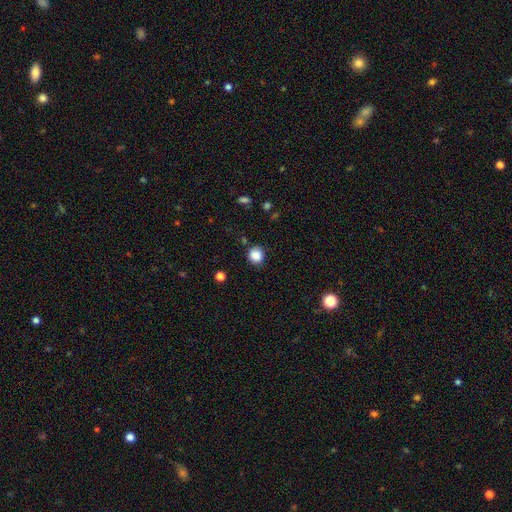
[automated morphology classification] Overall: smooth (85%). How rounded: round (84%). Merging: none (84%).